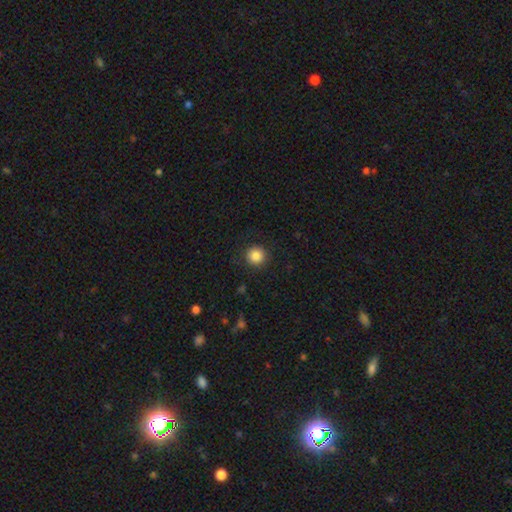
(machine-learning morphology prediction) This is clearly a smooth galaxy (86%). How rounded: clearly round (94%). Merging: clearly none (90%).